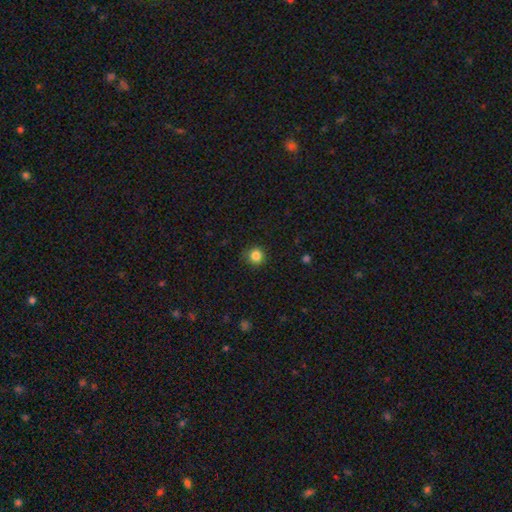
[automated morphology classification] smooth-or-featured: smooth: 85% | star or artifact: 11% | featured or disk: 4%
  how-rounded: round: 94% | in between: 5% | cigar-shaped: 1%
  merging: none: 89% | minor disturbance: 8% | major disturbance: 2% | merger: 1%